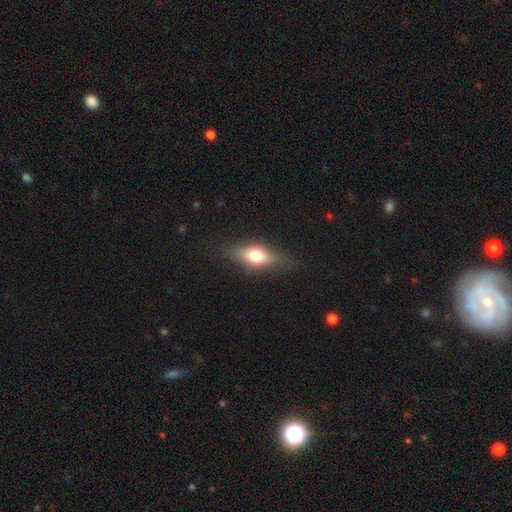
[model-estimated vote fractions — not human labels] Morphology: type=smooth (57%); roundness=in between (67%); merging=none (78%).